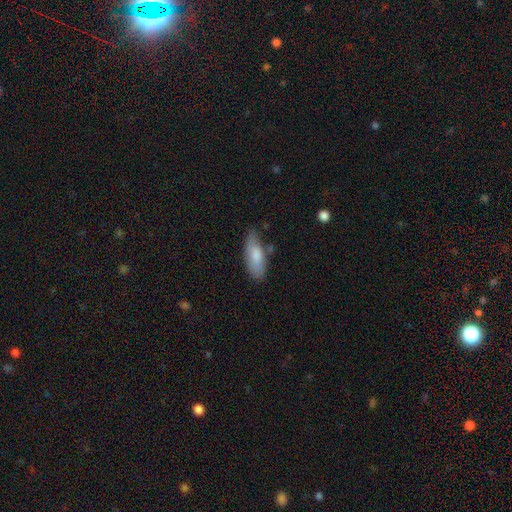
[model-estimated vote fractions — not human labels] Smooth or featured?
  - smooth: 79% *
  - featured or disk: 16%
  - star or artifact: 6%
How rounded?
  - in between: 75% *
  - cigar-shaped: 23%
  - round: 2%
Merging?
  - none: 62% *
  - minor disturbance: 28%
  - major disturbance: 6%
  - merger: 4%